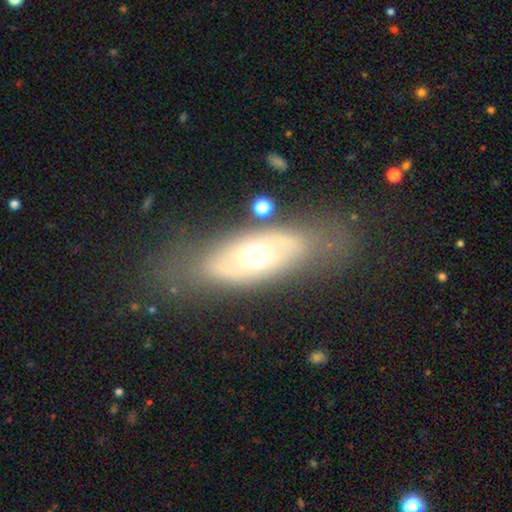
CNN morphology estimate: Smooth or featured? Predicted: featured or disk (p=0.55). Edge-on disk? Predicted: no (p=0.81). Merging? Predicted: none (p=0.73).